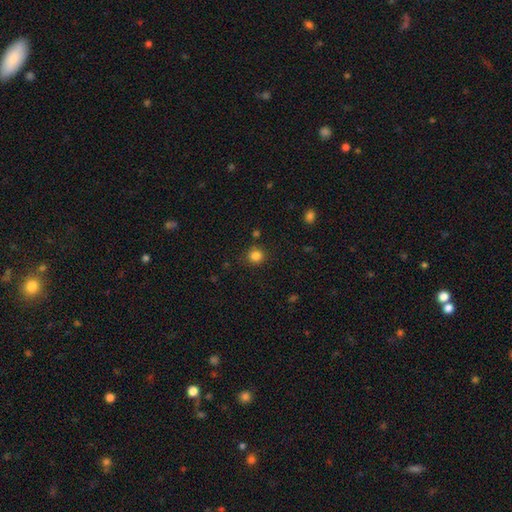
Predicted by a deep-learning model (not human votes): Smooth or featured: smooth — 84% (star or artifact — 12%)
How rounded: round — 91% (in between — 8%)
Merging: none — 85% (minor disturbance — 9%)